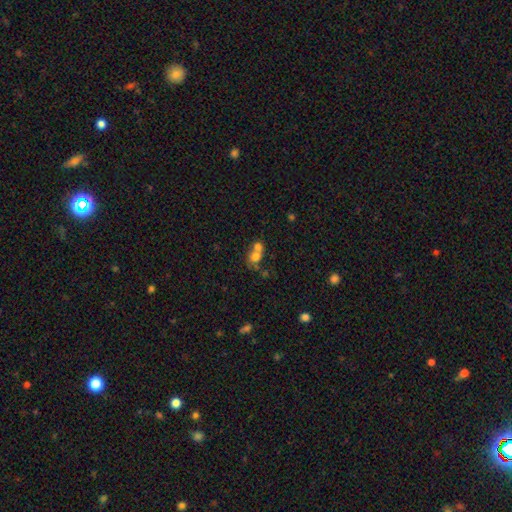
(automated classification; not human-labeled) The model was most divided on "how rounded": round: 64%, in between: 35%, cigar-shaped: 1%. More confident: smooth or featured — smooth (69%); merging — merger (65%).